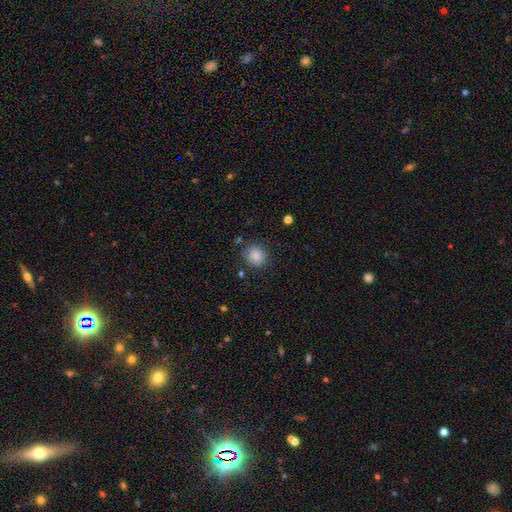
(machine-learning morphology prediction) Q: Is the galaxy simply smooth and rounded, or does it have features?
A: smooth — 85%.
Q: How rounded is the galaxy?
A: round — 81%.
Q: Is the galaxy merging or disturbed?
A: none — 82%.